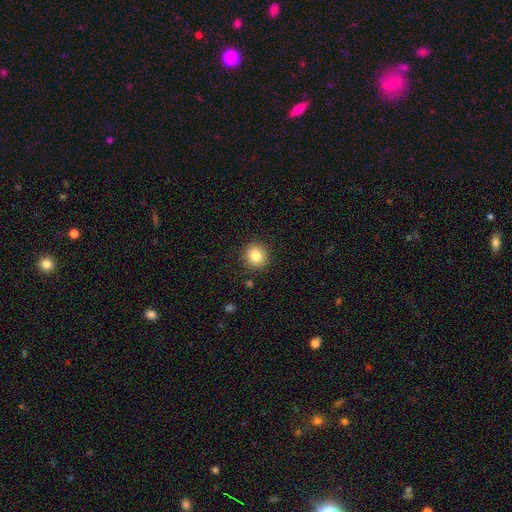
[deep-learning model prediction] Smooth or featured: smooth — 83% (star or artifact — 10%)
How rounded: round — 90% (in between — 9%)
Merging: none — 90% (minor disturbance — 7%)